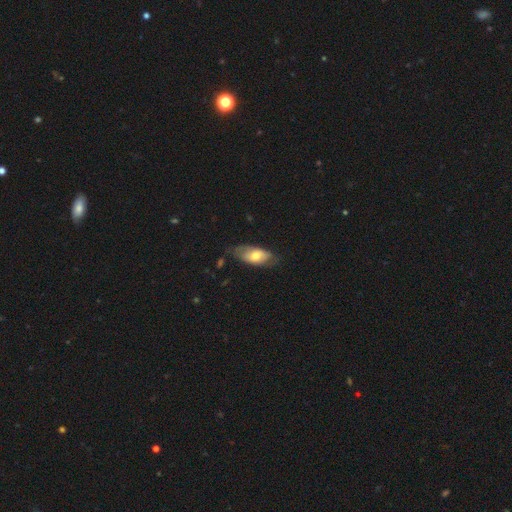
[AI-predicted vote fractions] This appears to be a smooth galaxy with no disk features (58%) that is in between round and cigar-shaped (88%). Merging: none (61%).